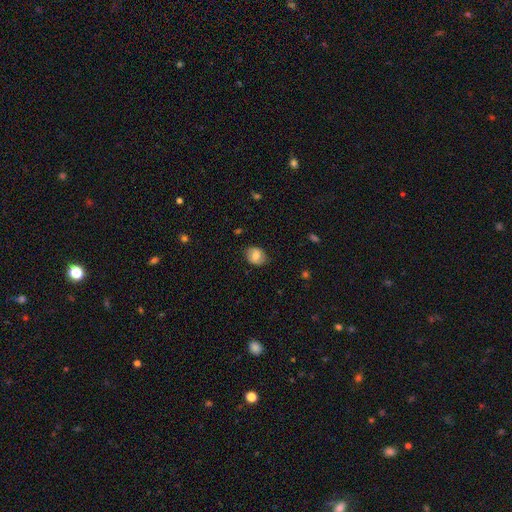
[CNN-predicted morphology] Overall: smooth (74%). How rounded: in between (52%; round 47%). Merging: none (81%).